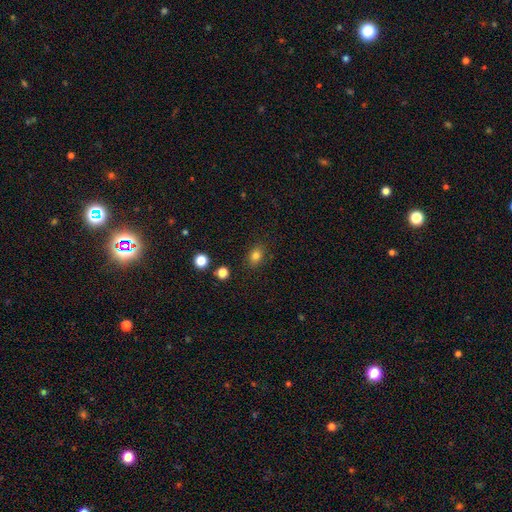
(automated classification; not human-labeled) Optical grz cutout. It shows a smooth galaxy with no disk features (81%) that is in between round and cigar-shaped (62%). Merging: none (85%).